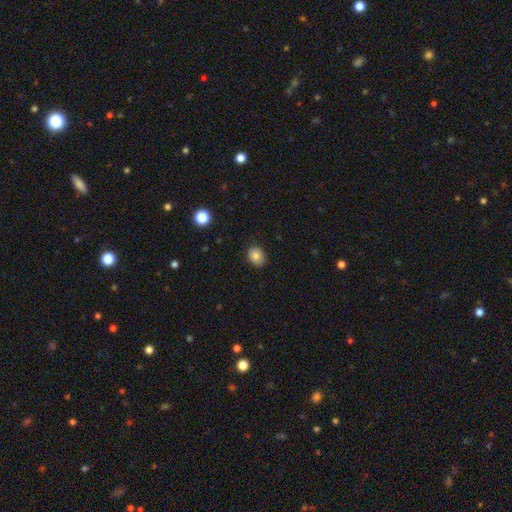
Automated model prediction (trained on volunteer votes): Overall: smooth (82%). How rounded: round (71%). Merging: none (85%).